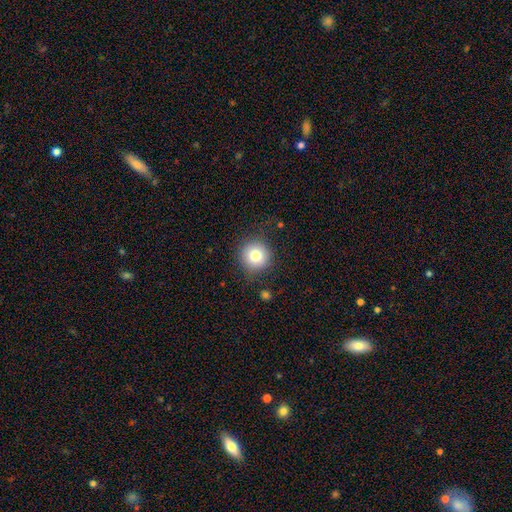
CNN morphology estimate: The model was most divided on "smooth or featured": smooth: 78%, star or artifact: 11%, featured or disk: 10%. More confident: how rounded — round (94%); merging — none (86%).